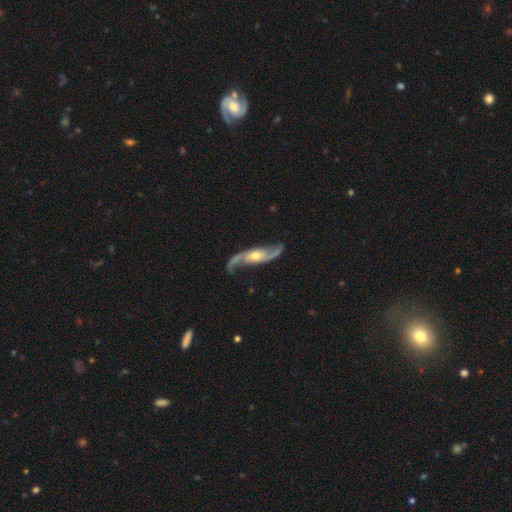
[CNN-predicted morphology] This is clearly a featured or disk galaxy (91%). It is clearly not viewed edge-on (92%). Bar: possibly no (59%). Spiral arm pattern: clearly yes (97%). Spiral arm count: clearly 2 (94%). Spiral winding: likely loose (63%). Central bulge: likely moderate (63%). Merging: likely none (79%).